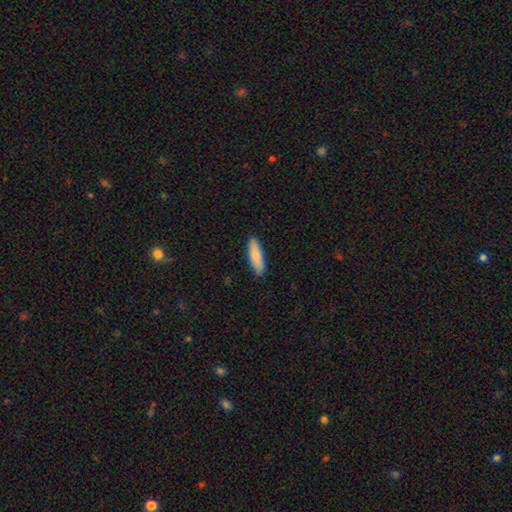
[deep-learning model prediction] This is clearly a smooth galaxy (82%). How rounded: possibly cigar-shaped (59%). Merging: clearly none (88%).